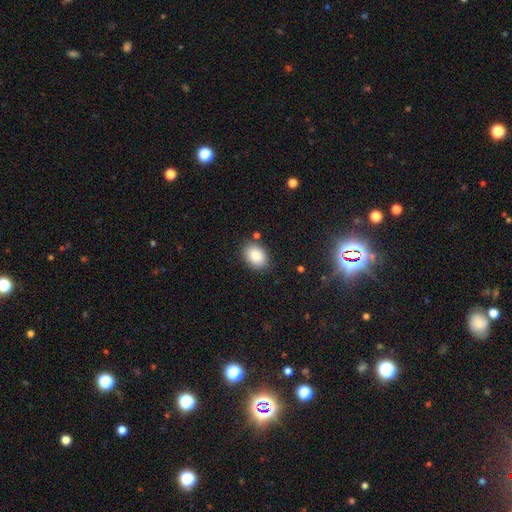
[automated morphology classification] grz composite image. It shows a smooth galaxy with no disk features (86%) that is in between round and cigar-shaped (76%). Merging: none (84%).